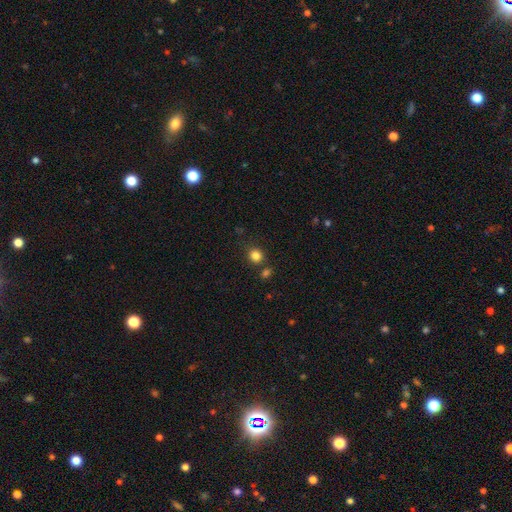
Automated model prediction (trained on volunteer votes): A smooth galaxy with no disk features (83%) that is round (84%).

Vote fractions:
- Smooth or featured? smooth: 83% / star or artifact: 13% / featured or disk: 4%
- How rounded? round: 84% / in between: 15% / cigar-shaped: 1%
- Merging? none: 78% / merger: 10% / minor disturbance: 9% / major disturbance: 3%